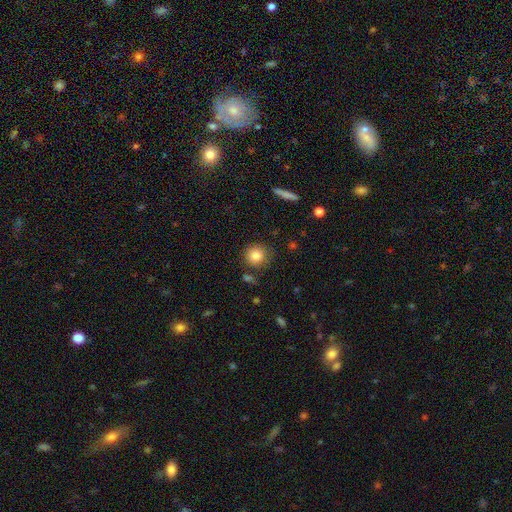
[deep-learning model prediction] Smooth or featured: smooth — 84% (star or artifact — 9%)
How rounded: round — 90% (in between — 9%)
Merging: none — 82% (minor disturbance — 11%)